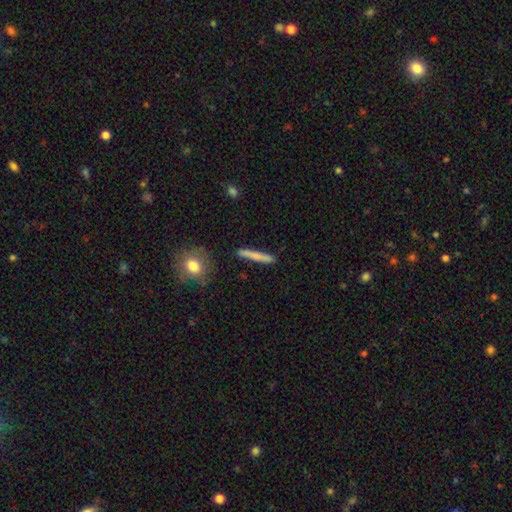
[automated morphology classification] Overall: smooth (70%). How rounded: cigar-shaped (94%). Merging: none (87%).